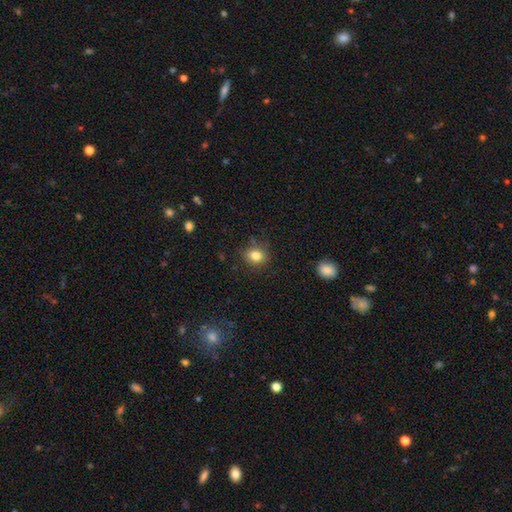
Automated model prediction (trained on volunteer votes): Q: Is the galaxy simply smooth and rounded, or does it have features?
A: smooth — 82%.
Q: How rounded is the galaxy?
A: round — 65%.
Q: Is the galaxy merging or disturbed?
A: none — 83%.